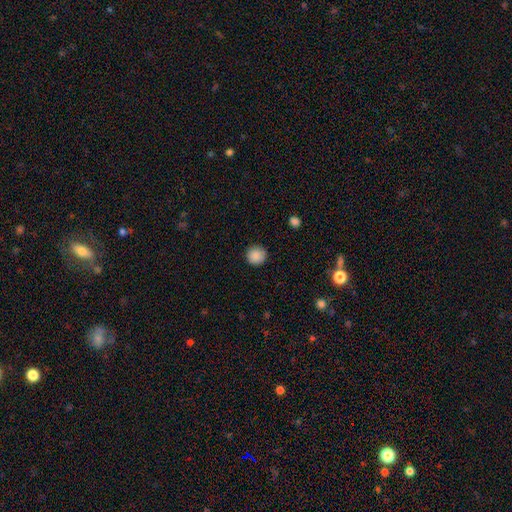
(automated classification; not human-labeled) Smooth or featured?
  - smooth: 88% *
  - star or artifact: 9%
  - featured or disk: 3%
How rounded?
  - round: 94% *
  - in between: 5%
  - cigar-shaped: 1%
Merging?
  - none: 91% *
  - minor disturbance: 6%
  - major disturbance: 2%
  - merger: 1%